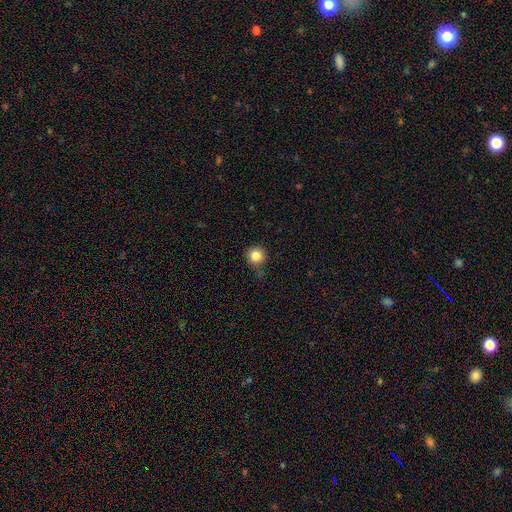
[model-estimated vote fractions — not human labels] Overall: smooth (83%). How rounded: round (95%). Merging: none (82%).